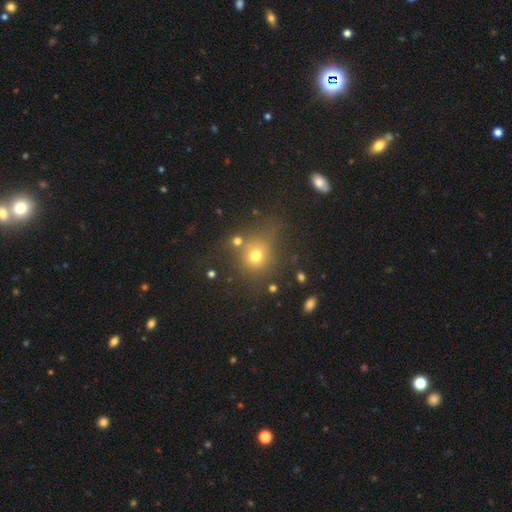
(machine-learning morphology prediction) Overall: smooth (70%). How rounded: round (85%). Merging: none (64%).